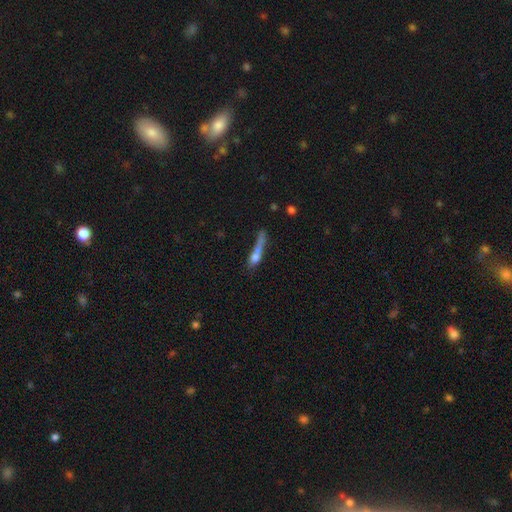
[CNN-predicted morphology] smooth_or_featured: smooth (p=0.56) [alt: featured or disk p=0.31]
how_rounded: cigar-shaped (p=0.68) [alt: in between p=0.23]
merging: none (p=0.30) [alt: major disturbance p=0.26]